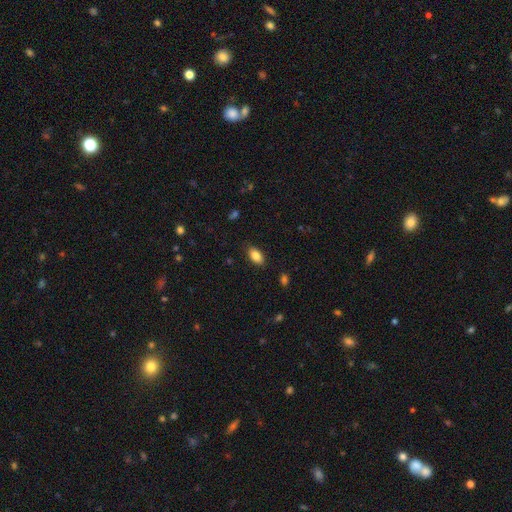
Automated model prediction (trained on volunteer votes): Smooth or featured: smooth — 86% (star or artifact — 8%)
How rounded: in between — 92% (round — 5%)
Merging: none — 86% (minor disturbance — 10%)